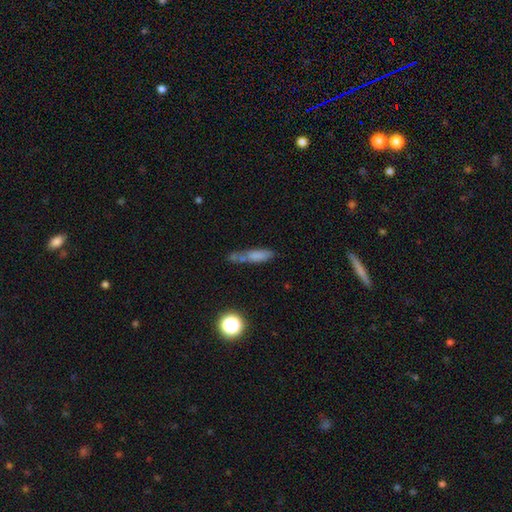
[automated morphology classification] type=smooth (67%); roundness=cigar-shaped (62%); merging=none (49%).